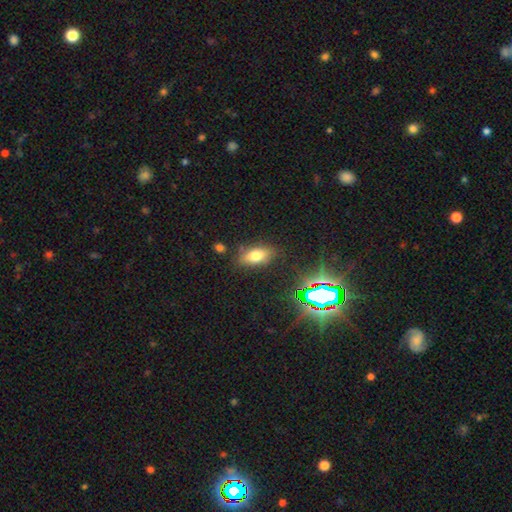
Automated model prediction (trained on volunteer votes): A smooth galaxy with no disk features (71%) that is in between round and cigar-shaped (83%).

Vote fractions:
- Smooth or featured? smooth: 71% / featured or disk: 15% / star or artifact: 14%
- How rounded? in between: 83% / cigar-shaped: 11% / round: 6%
- Merging? none: 80% / minor disturbance: 13% / major disturbance: 3% / merger: 3%